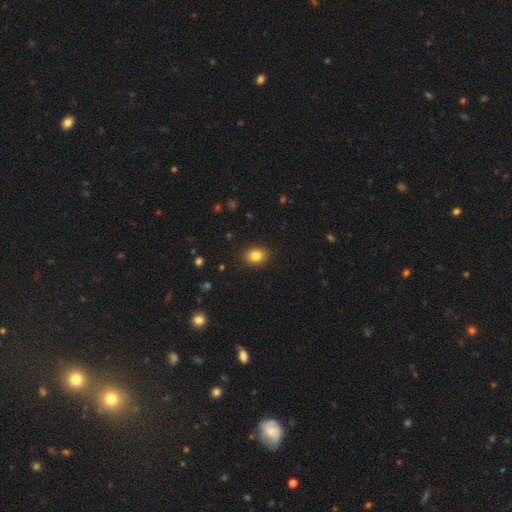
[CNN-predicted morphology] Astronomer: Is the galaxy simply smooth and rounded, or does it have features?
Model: smooth — 84%.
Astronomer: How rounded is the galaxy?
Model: in between — 60% (runner-up: round, 39%).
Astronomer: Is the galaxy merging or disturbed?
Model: none — 89%.